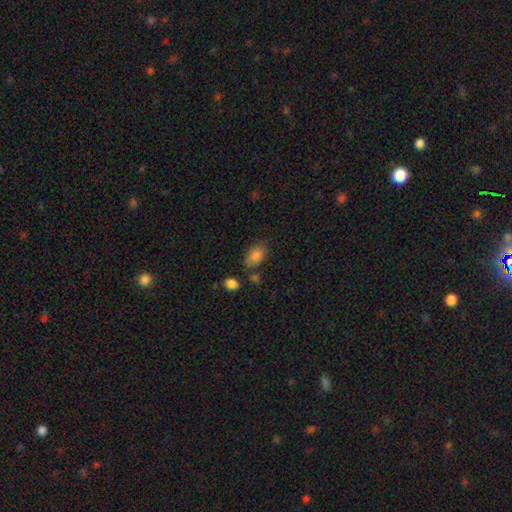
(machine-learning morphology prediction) smooth 84%, star or artifact 9%, featured or disk 8%. Down the decision tree: how rounded — in between (87%); merging — none (68%).